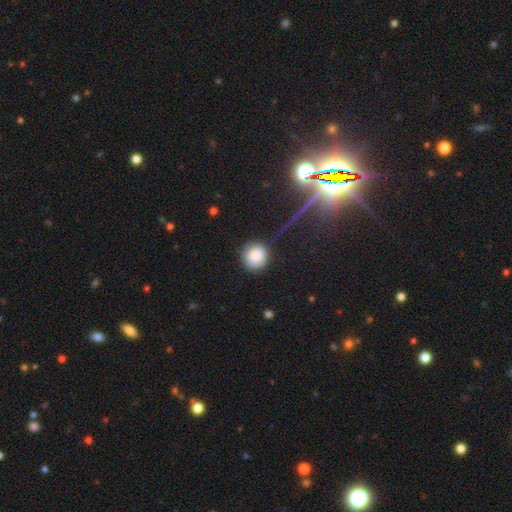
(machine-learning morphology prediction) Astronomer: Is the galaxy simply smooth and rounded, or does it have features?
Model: smooth — 84%.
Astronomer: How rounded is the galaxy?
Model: round — 92%.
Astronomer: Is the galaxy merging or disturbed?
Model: none — 81%.